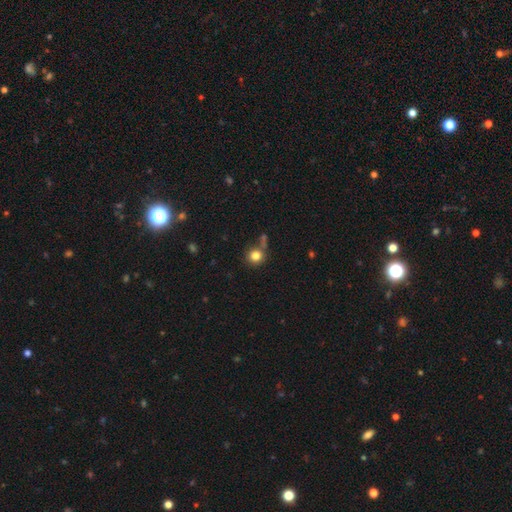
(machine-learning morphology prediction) The model was most divided on "merging": none: 67%, merger: 14%, minor disturbance: 14%, major disturbance: 6%. More confident: how rounded — round (90%); smooth or featured — smooth (82%).